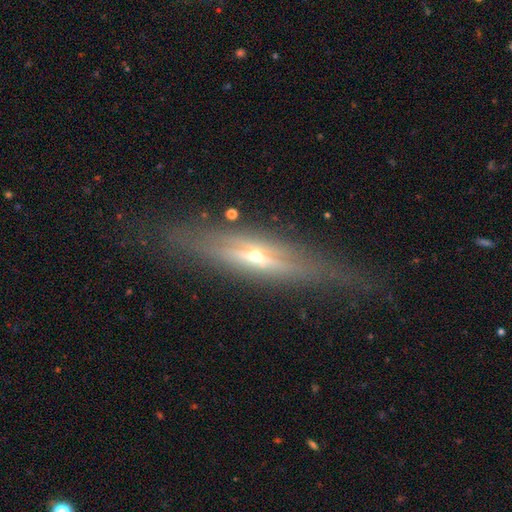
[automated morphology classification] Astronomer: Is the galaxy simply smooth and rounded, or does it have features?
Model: featured or disk — 75%.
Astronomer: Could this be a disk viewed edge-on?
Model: yes — 91%.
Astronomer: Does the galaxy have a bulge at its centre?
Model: rounded — 83%.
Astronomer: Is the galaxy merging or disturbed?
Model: none — 76%.